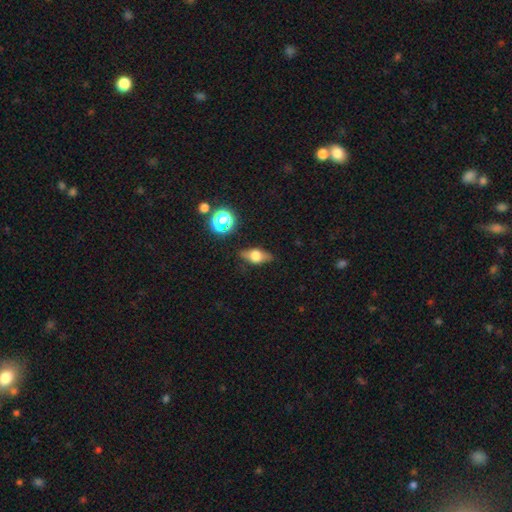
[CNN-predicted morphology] smooth_or_featured: smooth (p=0.53) [alt: featured or disk p=0.37]
how_rounded: in between (p=0.71) [alt: cigar-shaped p=0.15]
merging: none (p=0.79) [alt: minor disturbance p=0.15]